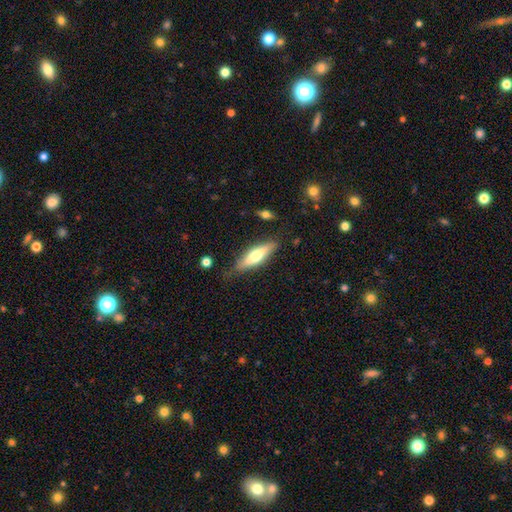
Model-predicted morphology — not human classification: smooth 52%, featured or disk 42%, star or artifact 6%. Down the decision tree: how rounded — cigar-shaped (61%); merging — none (76%).